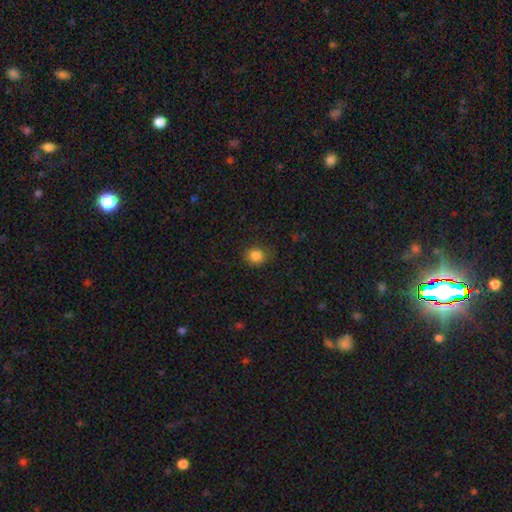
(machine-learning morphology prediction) A smooth galaxy with no disk features (84%) that is round (79%). Merging: none (83%).